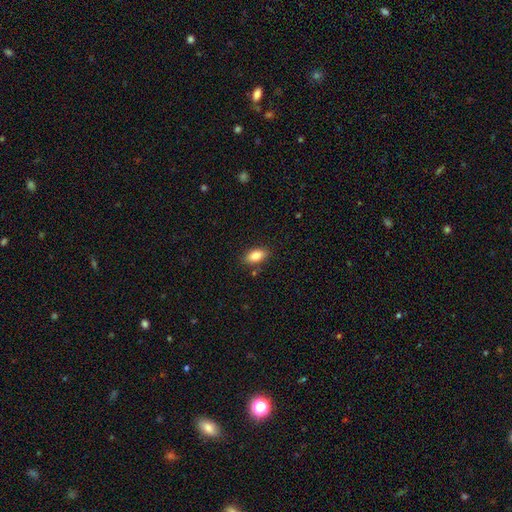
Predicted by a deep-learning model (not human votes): smooth_or_featured: smooth (p=0.84) [alt: star or artifact p=0.08]
how_rounded: in between (p=0.89) [alt: cigar-shaped p=0.06]
merging: none (p=0.84) [alt: minor disturbance p=0.11]